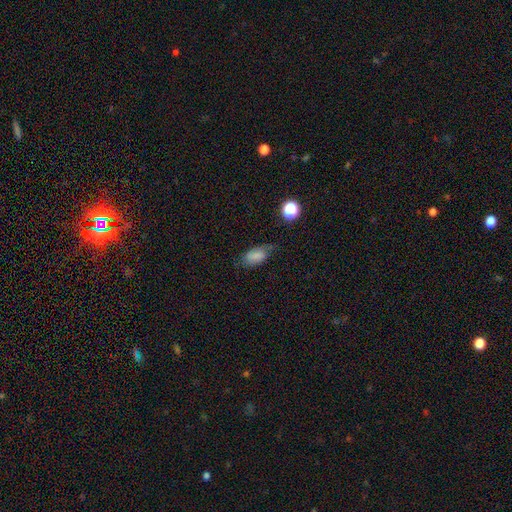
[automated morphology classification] A smooth galaxy with no disk features (72%) that is in between round and cigar-shaped (89%).

Vote fractions:
- Smooth or featured? smooth: 72% / featured or disk: 17% / star or artifact: 11%
- How rounded? in between: 89% / round: 6% / cigar-shaped: 4%
- Merging? none: 54% / minor disturbance: 32% / major disturbance: 12% / merger: 2%